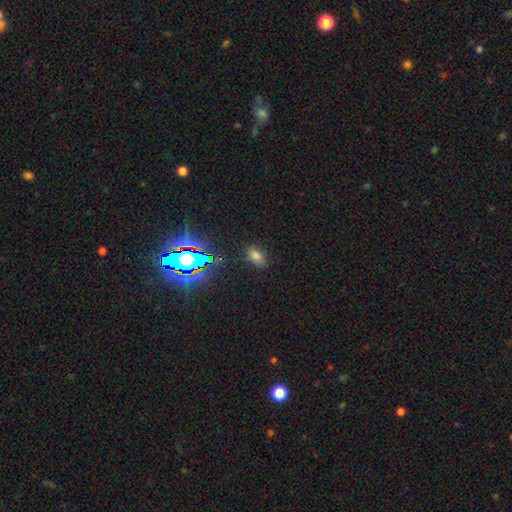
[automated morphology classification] Smooth or featured? Predicted: smooth (p=0.68). How rounded? Predicted: in between (p=0.87). Merging? Predicted: none (p=0.84).